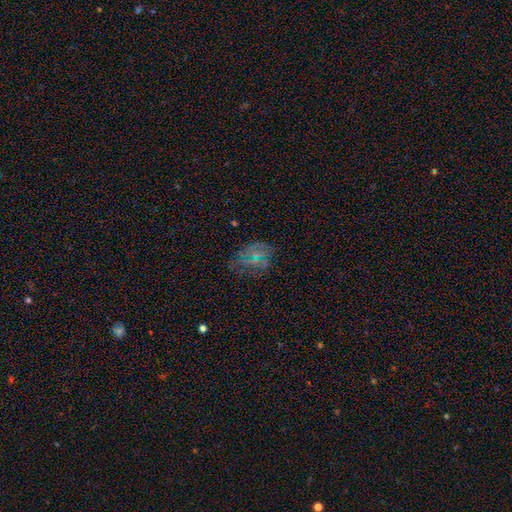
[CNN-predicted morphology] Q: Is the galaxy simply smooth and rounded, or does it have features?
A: smooth — 35%, tied with star or artifact.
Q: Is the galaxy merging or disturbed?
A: none — 64%.